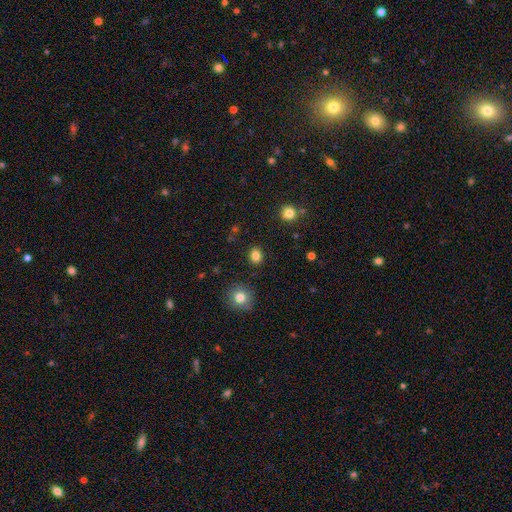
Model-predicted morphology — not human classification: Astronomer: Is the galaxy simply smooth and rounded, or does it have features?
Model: smooth — 83%.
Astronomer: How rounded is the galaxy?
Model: round — 56% (runner-up: in between, 43%).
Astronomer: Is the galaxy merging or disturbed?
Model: none — 89%.